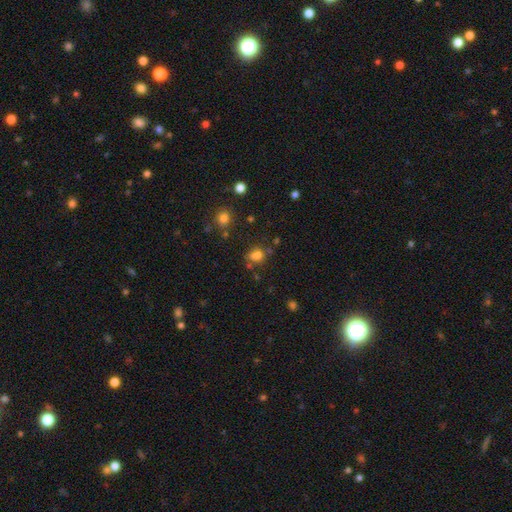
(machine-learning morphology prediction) Smooth or featured?
  - smooth: 71% *
  - star or artifact: 20%
  - featured or disk: 9%
How rounded?
  - in between: 54% *
  - round: 44%
  - cigar-shaped: 2%
Merging?
  - none: 57% *
  - merger: 20%
  - minor disturbance: 16%
  - major disturbance: 7%